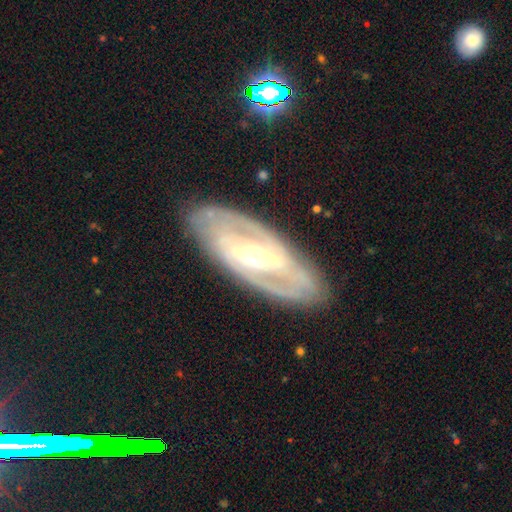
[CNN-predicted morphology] smooth-or-featured: featured or disk: 85% | smooth: 10% | star or artifact: 5%
  disk-edge-on: no: 90% | yes: 10%
    bar: strong: 56% | weak: 31% | no: 13%
    has-spiral-arms: yes: 86% | no: 14%
      spiral-winding: tight: 51% | medium: 37% | loose: 12%
      spiral-arm-count: 2: 72% | can't tell: 16% | 3: 5% | 1: 2% | 4: 2% | more than 4: 2%
    bulge-size: moderate: 60% | small: 31% | large: 7% | none: 1% | dominant: 1%
  merging: none: 84% | minor disturbance: 11% | major disturbance: 4% | merger: 1%